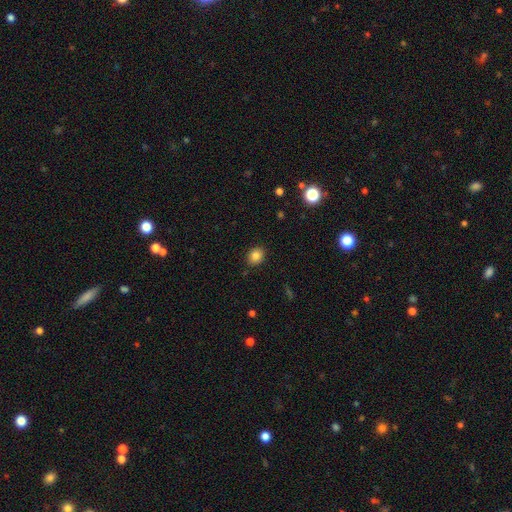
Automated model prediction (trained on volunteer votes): Smooth or featured: smooth — 84% (star or artifact — 10%)
How rounded: round — 58% (in between — 41%)
Merging: none — 89% (minor disturbance — 8%)